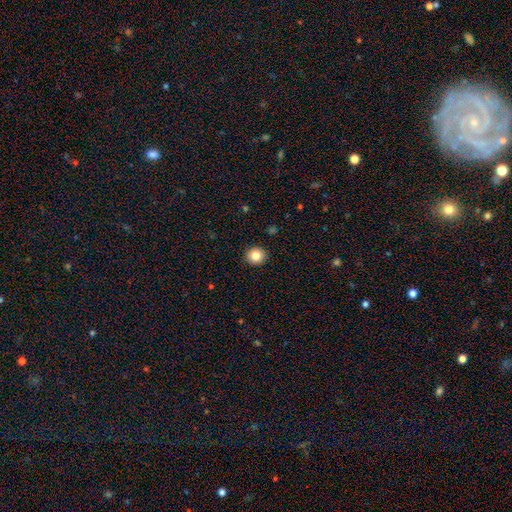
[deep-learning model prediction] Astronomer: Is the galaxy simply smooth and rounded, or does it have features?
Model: smooth — 83%.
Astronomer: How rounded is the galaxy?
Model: round — 89%.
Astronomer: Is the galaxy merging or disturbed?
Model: none — 92%.